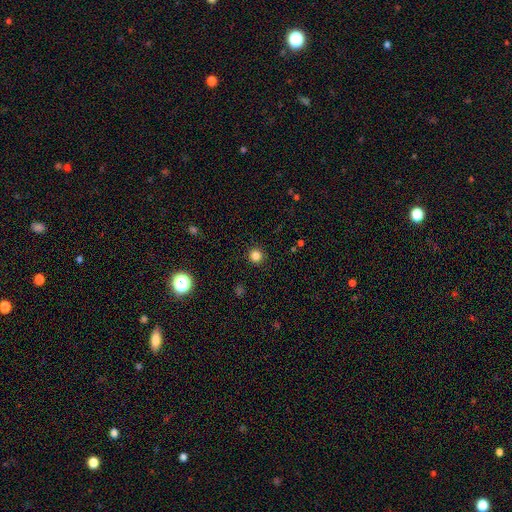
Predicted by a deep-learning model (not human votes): Smooth or featured? smooth (84%)
How rounded? round (95%)
Merging? none (92%)